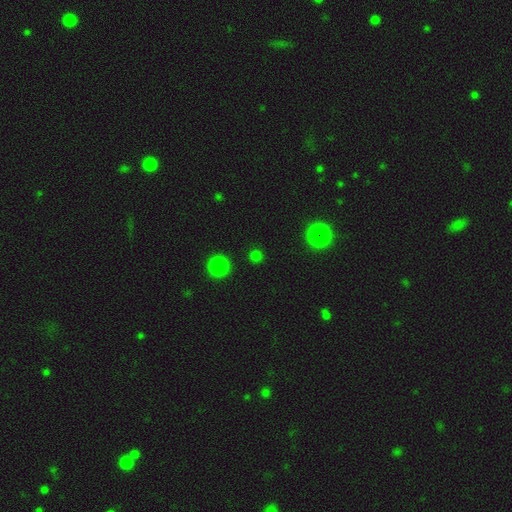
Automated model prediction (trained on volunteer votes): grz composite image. It shows a smooth galaxy with no disk features (73%) that is round (94%). Merging: none (90%).